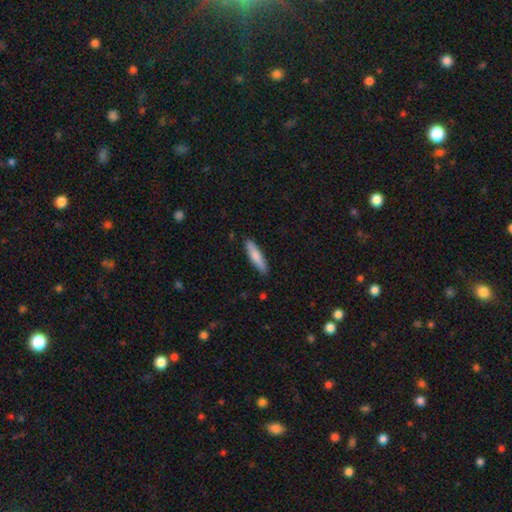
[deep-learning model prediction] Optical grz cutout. It shows a smooth galaxy with no disk features (80%) that is cigar-shaped (78%). Merging: none (88%).